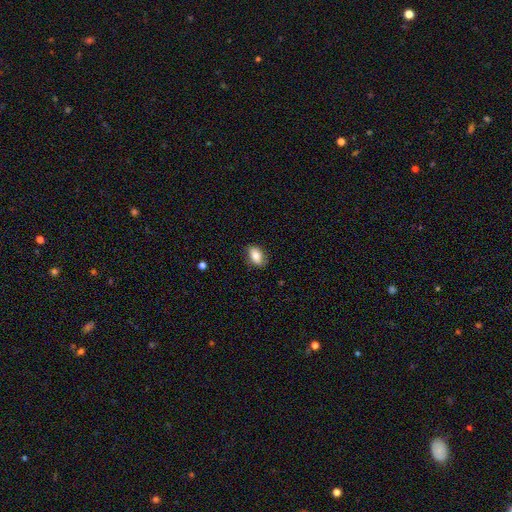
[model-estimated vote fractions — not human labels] smooth 79%, featured or disk 13%, star or artifact 8%. Down the decision tree: how rounded — in between (88%); merging — none (82%).